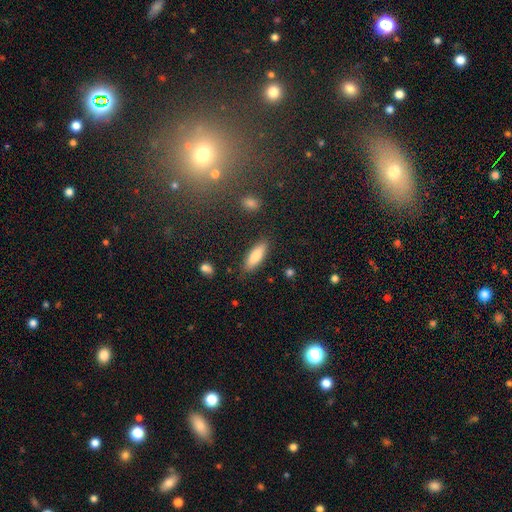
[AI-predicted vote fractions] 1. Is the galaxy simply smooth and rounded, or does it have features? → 78% smooth, 15% featured or disk, 6% star or artifact.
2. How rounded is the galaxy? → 50% in between, 48% cigar-shaped, 2% round.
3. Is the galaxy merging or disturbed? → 85% none, 11% minor disturbance, 3% major disturbance, 2% merger.